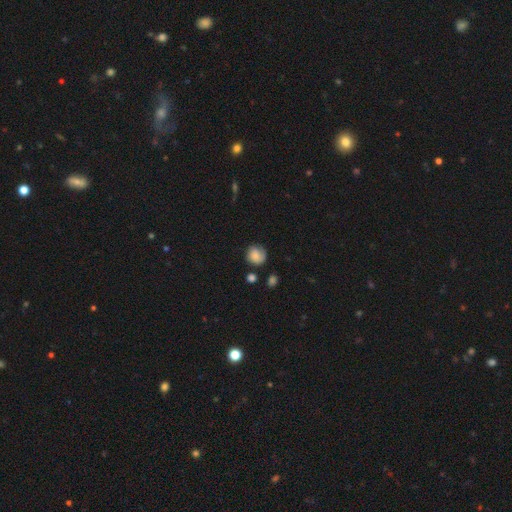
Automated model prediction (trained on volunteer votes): A smooth galaxy with no disk features (68%) that is round (82%). Merging: none (65%).